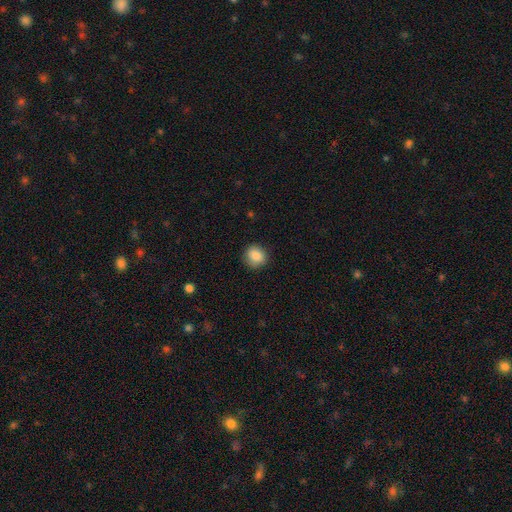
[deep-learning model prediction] A smooth galaxy with no disk features (85%) that is round (83%).

Vote fractions:
- Smooth or featured? smooth: 85% / star or artifact: 9% / featured or disk: 6%
- How rounded? round: 83% / in between: 16% / cigar-shaped: 1%
- Merging? none: 87% / minor disturbance: 9% / major disturbance: 2% / merger: 1%